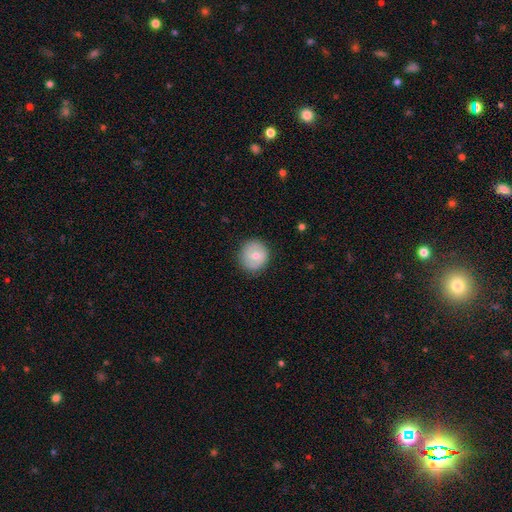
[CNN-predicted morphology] This is likely a smooth galaxy (60%). How rounded: clearly round (90%). Merging: clearly none (84%).